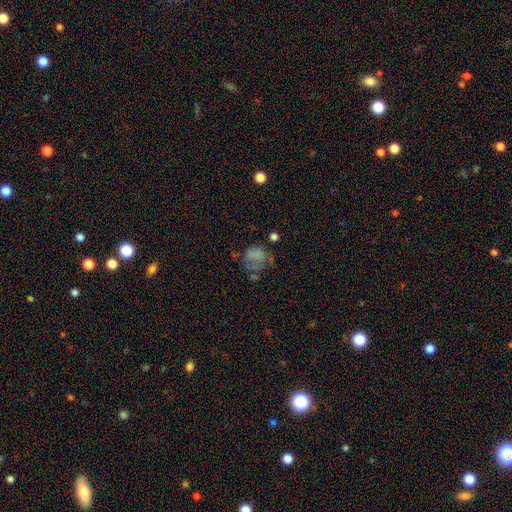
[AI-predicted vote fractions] This is likely a smooth galaxy (60%). How rounded: likely round (62%). Merging: marginally none (35%).